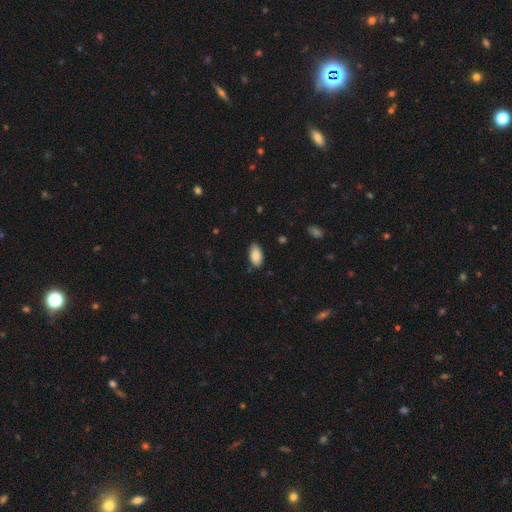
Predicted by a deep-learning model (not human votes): The model was most divided on "merging": none: 83%, minor disturbance: 13%, major disturbance: 2%, merger: 1%. More confident: how rounded — in between (95%); smooth or featured — smooth (87%).